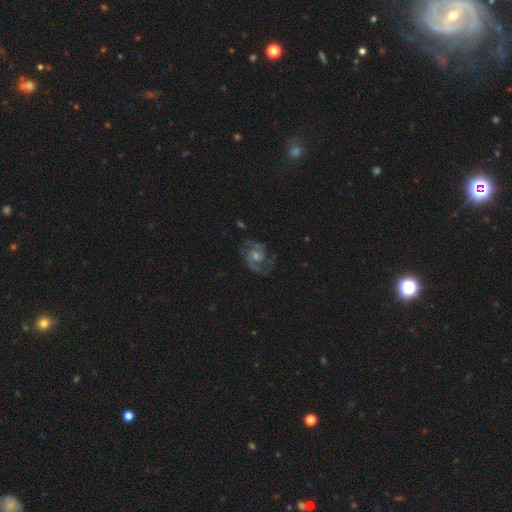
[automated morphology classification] Smooth or featured? Predicted: featured or disk (p=0.82). Edge-on disk? Predicted: no (p=0.98). Bar? Predicted: no (p=0.60). Spiral arms? Predicted: yes (p=0.95). Spiral winding? Predicted: medium (p=0.55). Spiral arm count? Predicted: 2 (p=0.76). Bulge size? Predicted: moderate (p=0.46). Merging? Predicted: none (p=0.74).